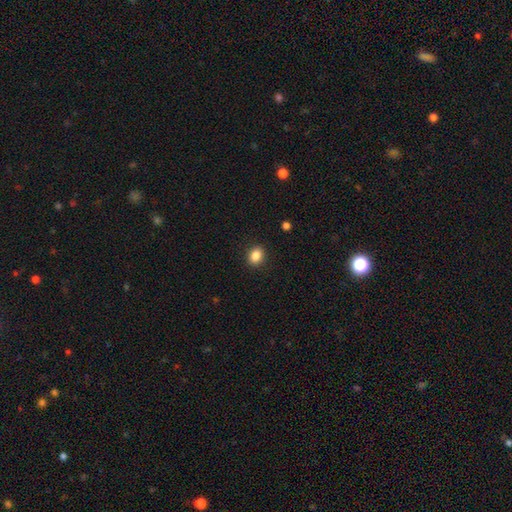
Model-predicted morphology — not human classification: smooth 86%, star or artifact 10%, featured or disk 5%. Down the decision tree: how rounded — in between (53%); merging — none (91%).